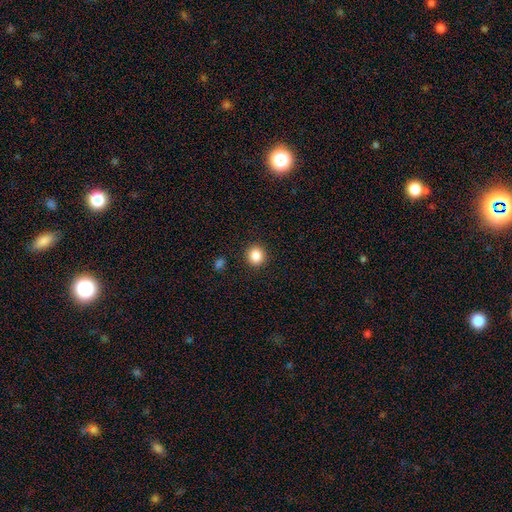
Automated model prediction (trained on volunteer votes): Smooth or featured?
  - smooth: 86% *
  - star or artifact: 10%
  - featured or disk: 4%
How rounded?
  - round: 84% *
  - in between: 15%
  - cigar-shaped: 1%
Merging?
  - none: 91% *
  - minor disturbance: 5%
  - major disturbance: 2%
  - merger: 1%